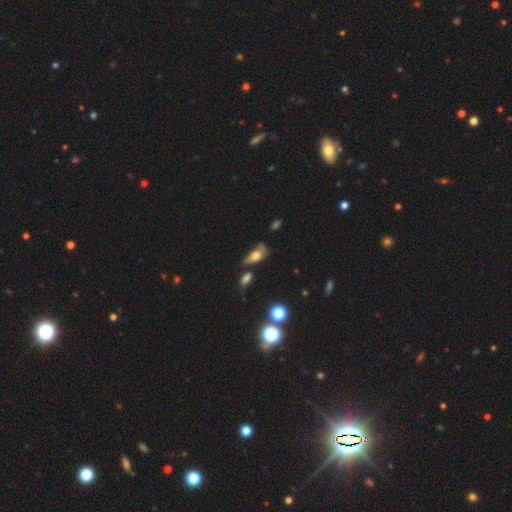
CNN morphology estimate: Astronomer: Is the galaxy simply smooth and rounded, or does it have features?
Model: smooth — 60%.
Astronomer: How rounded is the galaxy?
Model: in between — 82%.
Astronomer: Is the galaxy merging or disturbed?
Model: none — 33% (runner-up: minor disturbance, 32%).